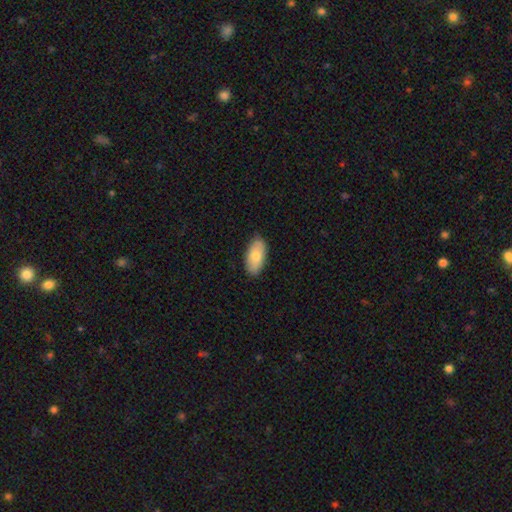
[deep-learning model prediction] Smooth or featured?
  - smooth: 78% *
  - featured or disk: 16%
  - star or artifact: 6%
How rounded?
  - in between: 93% *
  - cigar-shaped: 4%
  - round: 3%
Merging?
  - none: 86% *
  - minor disturbance: 12%
  - major disturbance: 2%
  - merger: 1%